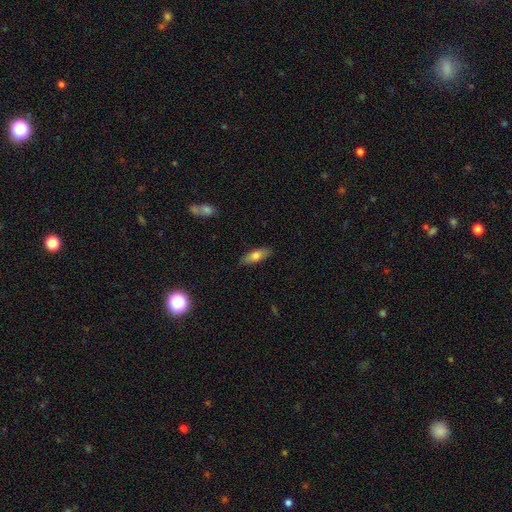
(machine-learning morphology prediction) smooth_or_featured: smooth (p=0.74) [alt: featured or disk p=0.19]
how_rounded: in between (p=0.67) [alt: cigar-shaped p=0.30]
merging: none (p=0.87) [alt: minor disturbance p=0.10]